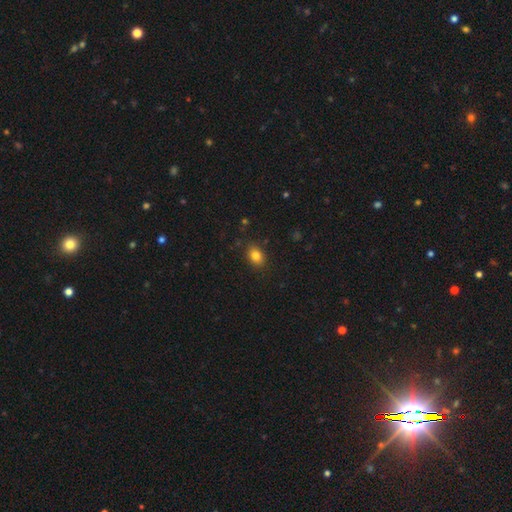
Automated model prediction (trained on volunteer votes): This is clearly a smooth galaxy (82%). How rounded: likely in between (69%). Merging: clearly none (86%).